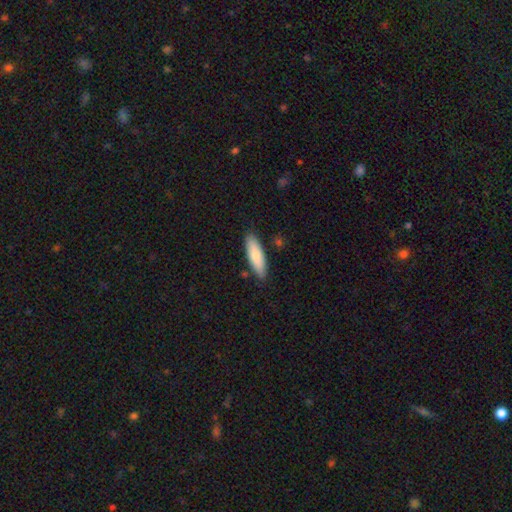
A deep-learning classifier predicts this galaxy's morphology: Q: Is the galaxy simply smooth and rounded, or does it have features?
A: smooth — 79%.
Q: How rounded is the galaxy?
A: cigar-shaped — 50%.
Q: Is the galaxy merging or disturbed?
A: none — 84%.